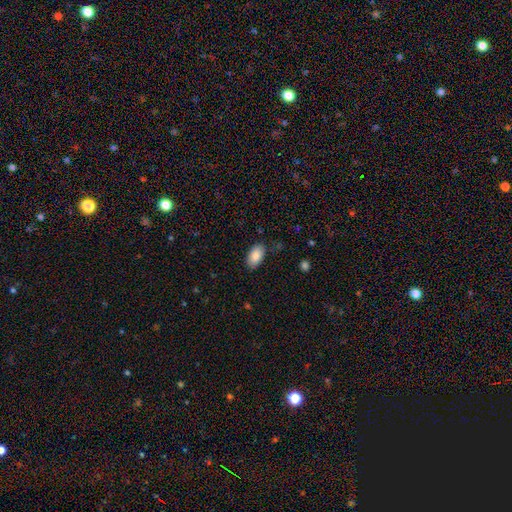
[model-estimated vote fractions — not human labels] Overall: smooth (88%). How rounded: in between (95%). Merging: none (85%).